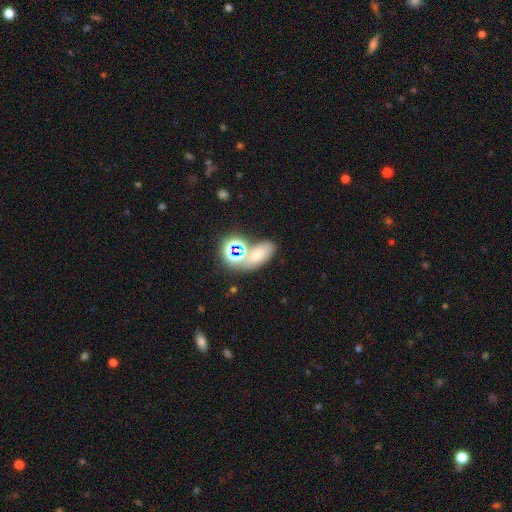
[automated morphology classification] smooth_or_featured: smooth (p=0.51) [alt: star or artifact p=0.34]
how_rounded: in between (p=0.79) [alt: round p=0.17]
merging: none (p=0.55) [alt: merger p=0.26]